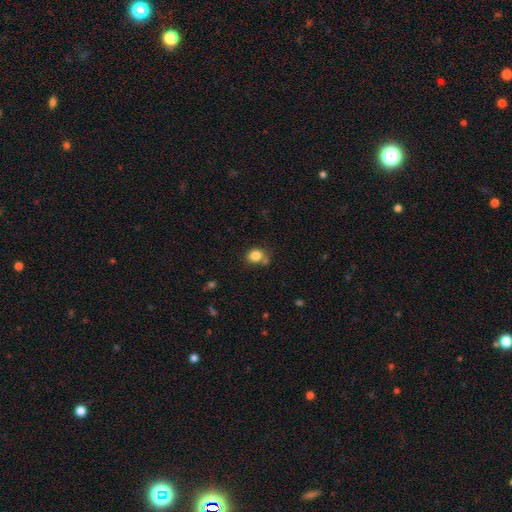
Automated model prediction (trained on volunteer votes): Smooth or featured: smooth — 83% (star or artifact — 11%)
How rounded: round — 64% (in between — 35%)
Merging: none — 63% (minor disturbance — 17%)